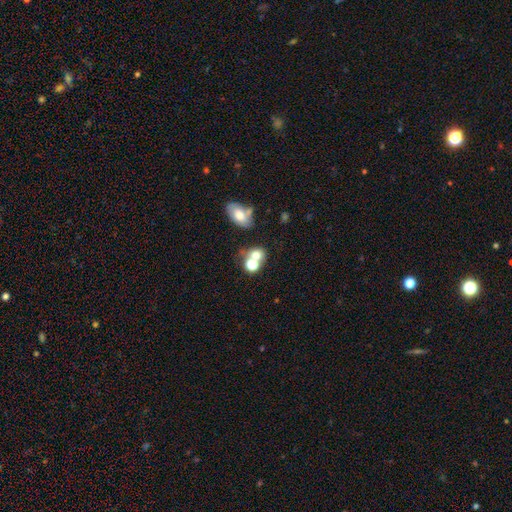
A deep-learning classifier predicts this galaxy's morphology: A smooth galaxy with no disk features (67%) that is round (62%).

Vote fractions:
- Smooth or featured? smooth: 67% / star or artifact: 17% / featured or disk: 15%
- How rounded? round: 62% / in between: 36% / cigar-shaped: 1%
- Merging? merger: 46% / none: 39% / minor disturbance: 10% / major disturbance: 6%